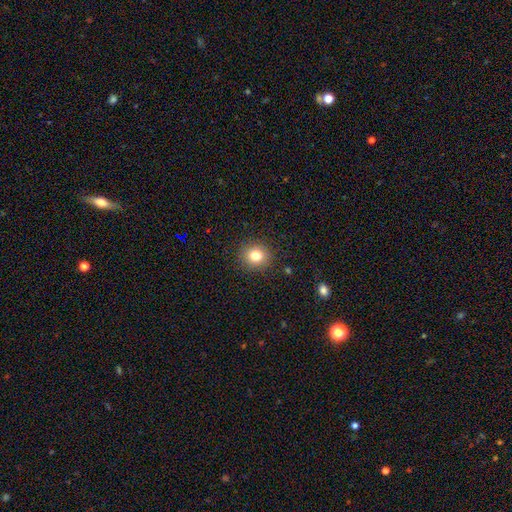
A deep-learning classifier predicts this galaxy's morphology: A smooth galaxy with no disk features (80%) that is round (85%). Merging: none (90%).